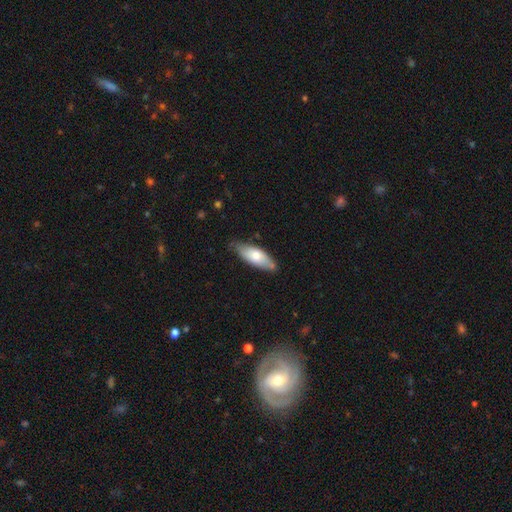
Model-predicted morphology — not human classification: Smooth or featured?
  - smooth: 68% *
  - featured or disk: 27%
  - star or artifact: 6%
How rounded?
  - in between: 69% *
  - cigar-shaped: 29%
  - round: 2%
Merging?
  - none: 74% *
  - minor disturbance: 21%
  - major disturbance: 3%
  - merger: 2%